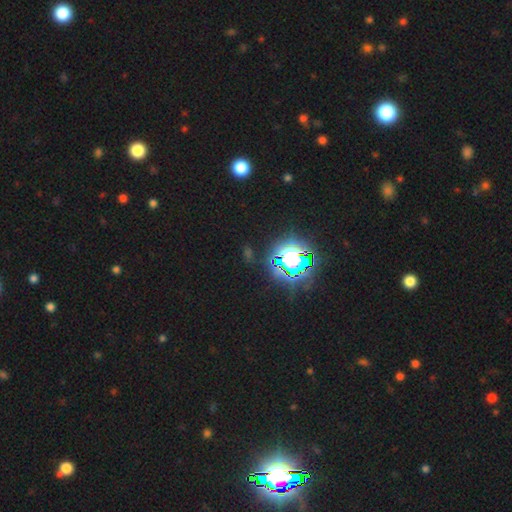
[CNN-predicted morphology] A star or artifact, not a galaxy (82%).

Vote fractions:
- Smooth or featured? star or artifact: 82% / smooth: 11% / featured or disk: 7%